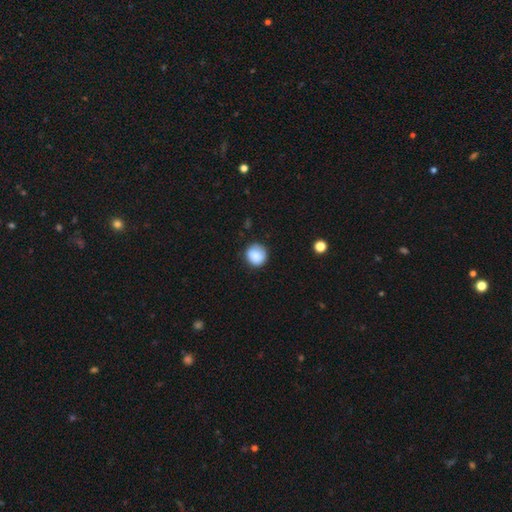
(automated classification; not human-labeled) Smooth or featured?
  - smooth: 87% *
  - star or artifact: 8%
  - featured or disk: 5%
How rounded?
  - round: 88% *
  - in between: 11%
  - cigar-shaped: 1%
Merging?
  - none: 81% *
  - minor disturbance: 14%
  - major disturbance: 3%
  - merger: 1%